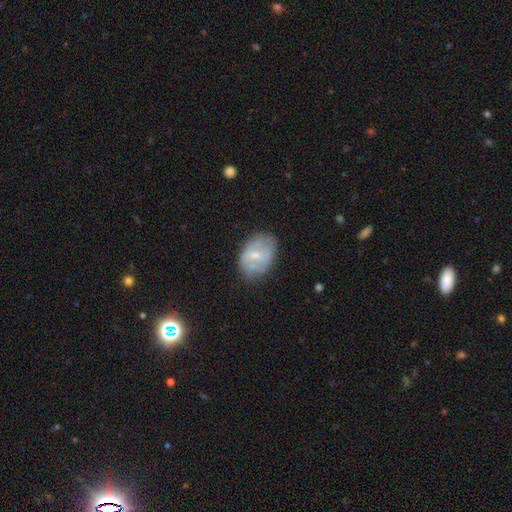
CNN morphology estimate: smooth-or-featured: featured or disk: 52% | smooth: 41% | star or artifact: 7%
  disk-edge-on: no: 96% | yes: 4%
    bar: weak: 48% | no: 39% | strong: 13%
    has-spiral-arms: yes: 51% | no: 49%
    bulge-size: small: 56% | moderate: 35% | none: 6% | large: 1% | dominant: 1%
  merging: none: 63% | minor disturbance: 26% | major disturbance: 9% | merger: 2%